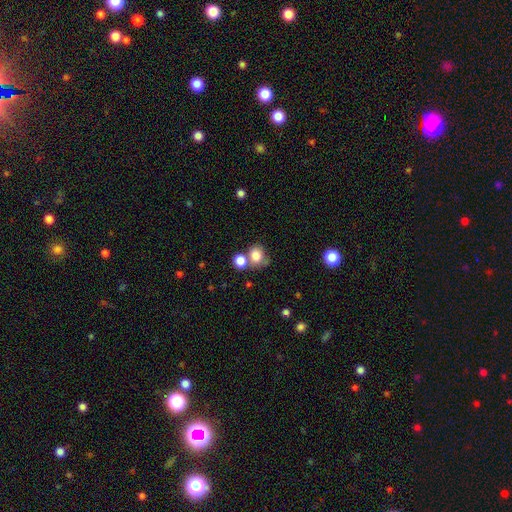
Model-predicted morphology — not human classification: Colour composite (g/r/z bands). It shows a smooth galaxy with no disk features (81%) that is round (70%). Merging: none (55%).